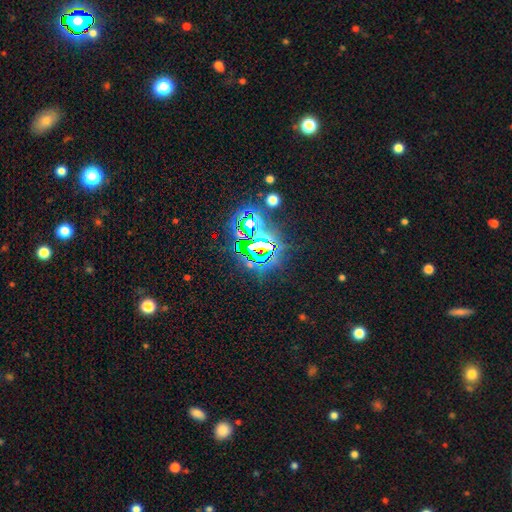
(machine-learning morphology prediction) This is clearly a star or artifact rather than a galaxy (80%).